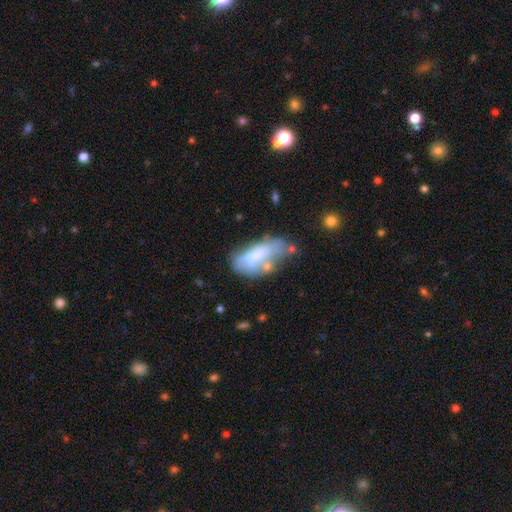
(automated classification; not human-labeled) A smooth galaxy with no disk features (50%).

Vote fractions:
- Smooth or featured? smooth: 50% / featured or disk: 41% / star or artifact: 9%
- Merging? none: 34% / minor disturbance: 28% / major disturbance: 21% / merger: 18%